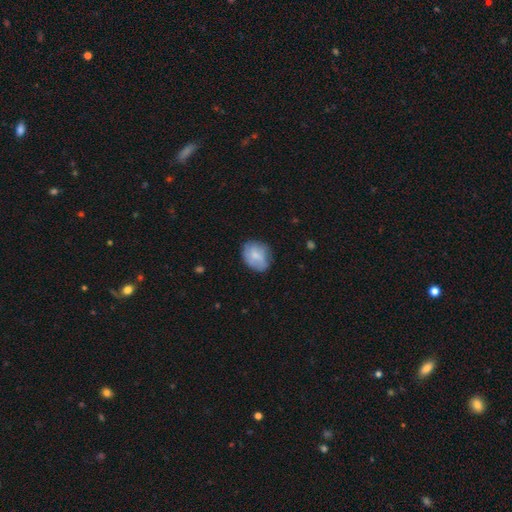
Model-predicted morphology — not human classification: The model was most divided on "how rounded": in between: 53%, round: 46%, cigar-shaped: 1%. More confident: merging — none (68%); smooth or featured — smooth (67%).